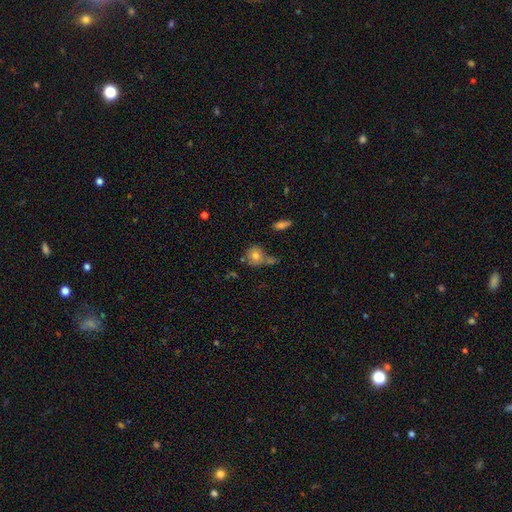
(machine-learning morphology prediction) Smooth or featured: smooth — 74% (featured or disk — 15%)
How rounded: round — 80% (in between — 18%)
Merging: none — 53% (merger — 24%)